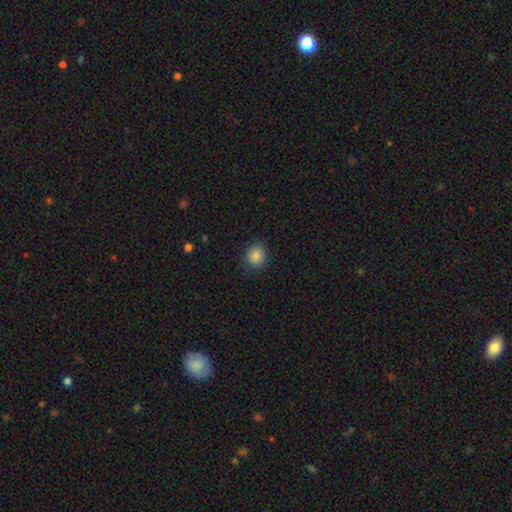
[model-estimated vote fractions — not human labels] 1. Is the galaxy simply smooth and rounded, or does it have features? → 87% smooth, 10% star or artifact, 3% featured or disk.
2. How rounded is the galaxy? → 80% round, 19% in between, 1% cigar-shaped.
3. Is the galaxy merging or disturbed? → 88% none, 8% minor disturbance, 3% major disturbance, 1% merger.